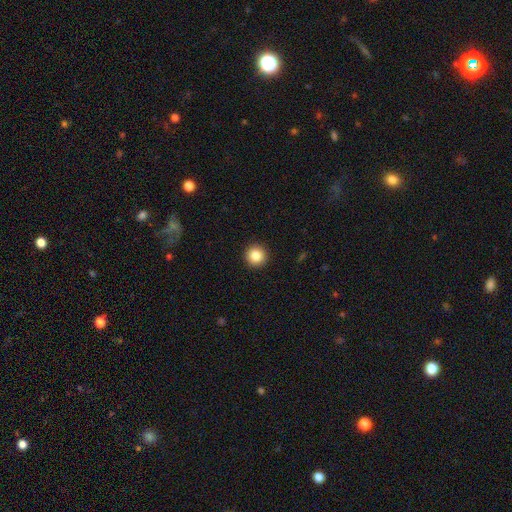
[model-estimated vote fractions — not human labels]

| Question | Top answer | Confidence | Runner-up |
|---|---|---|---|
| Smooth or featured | smooth | 85% | star or artifact (10%) |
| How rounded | round | 96% | in between (3%) |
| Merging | none | 93% | minor disturbance (4%) |